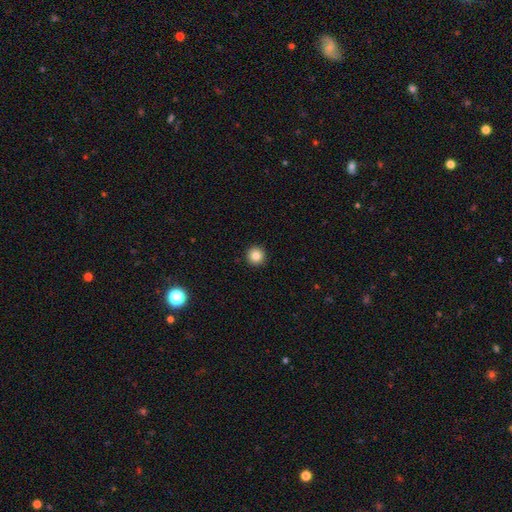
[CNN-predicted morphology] The model was most divided on "smooth or featured": smooth: 85%, star or artifact: 10%, featured or disk: 5%. More confident: how rounded — round (96%); merging — none (94%).